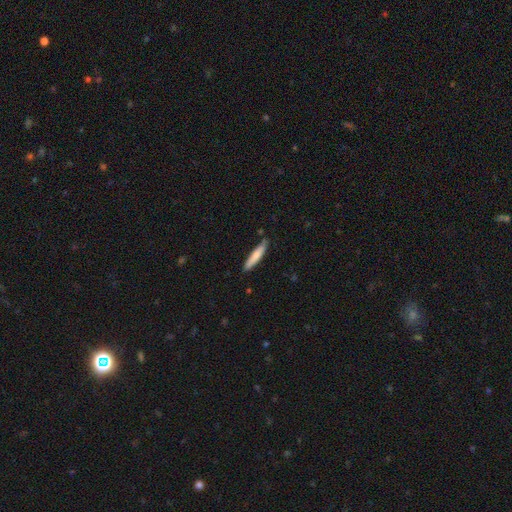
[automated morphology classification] Smooth or featured: smooth — 73% (featured or disk — 21%)
How rounded: cigar-shaped — 89% (in between — 10%)
Merging: none — 82% (minor disturbance — 14%)